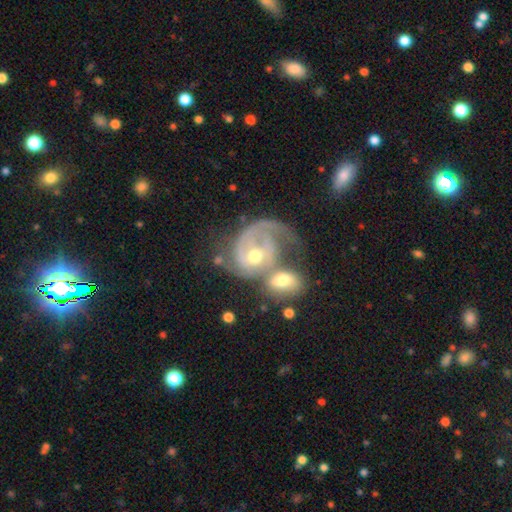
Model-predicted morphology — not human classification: type=featured or disk (82%); edge-on=no (97%); bar=no (58%); spiral arms=yes (92%); winding=tight (51%); arm count=2 (46%); bulge=moderate (57%); merging=merger (56%).